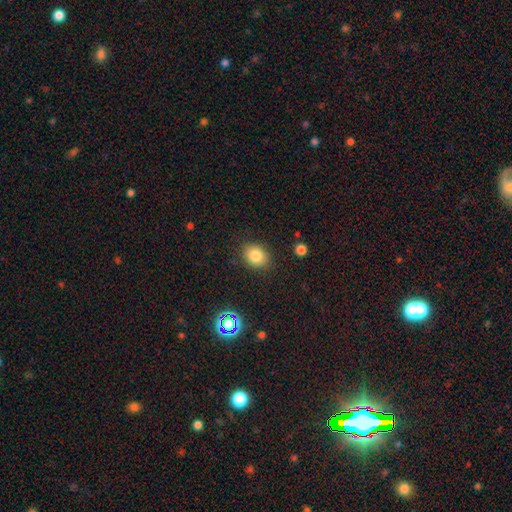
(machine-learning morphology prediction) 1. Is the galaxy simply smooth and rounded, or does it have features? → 83% smooth, 11% star or artifact, 6% featured or disk.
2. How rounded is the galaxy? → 52% round, 47% in between, 1% cigar-shaped.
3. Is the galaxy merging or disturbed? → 85% none, 10% minor disturbance, 3% major disturbance, 2% merger.